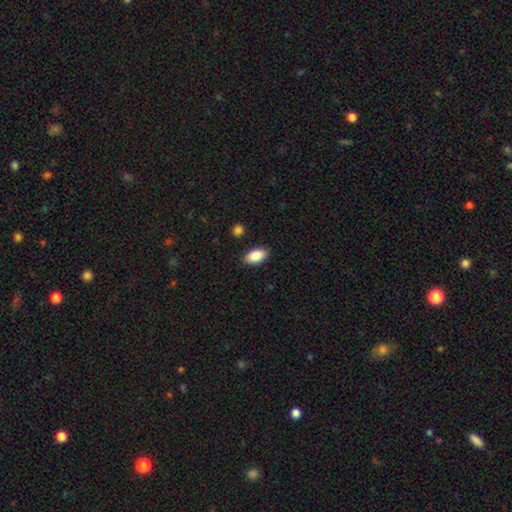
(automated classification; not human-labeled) Smooth or featured? Predicted: smooth (p=0.89). How rounded? Predicted: in between (p=0.94). Merging? Predicted: none (p=0.88).